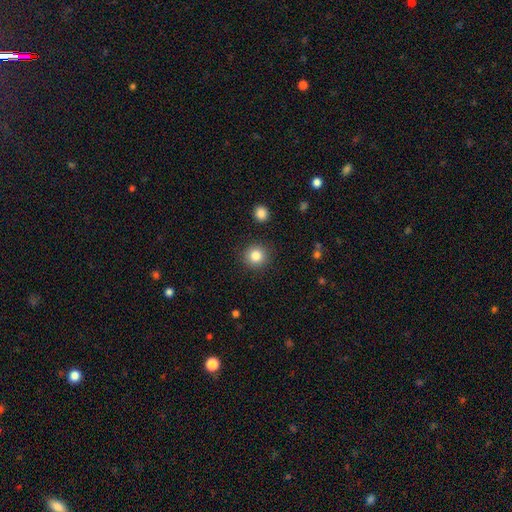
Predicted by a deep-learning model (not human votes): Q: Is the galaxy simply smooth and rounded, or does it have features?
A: smooth — 84%.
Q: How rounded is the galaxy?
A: round — 92%.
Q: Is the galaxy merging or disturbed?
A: none — 90%.